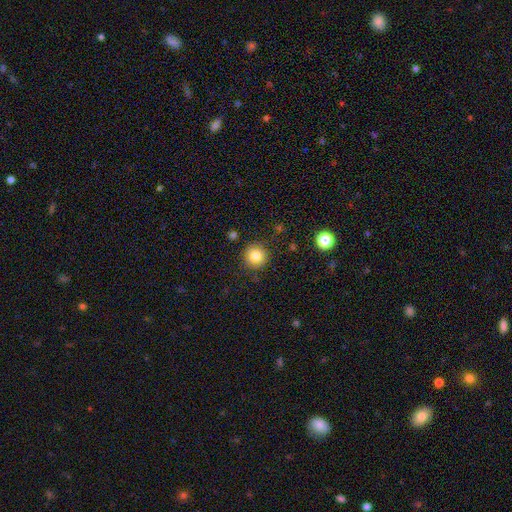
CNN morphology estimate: Smooth or featured: smooth — 83% (star or artifact — 11%)
How rounded: round — 93% (in between — 6%)
Merging: none — 87% (minor disturbance — 8%)